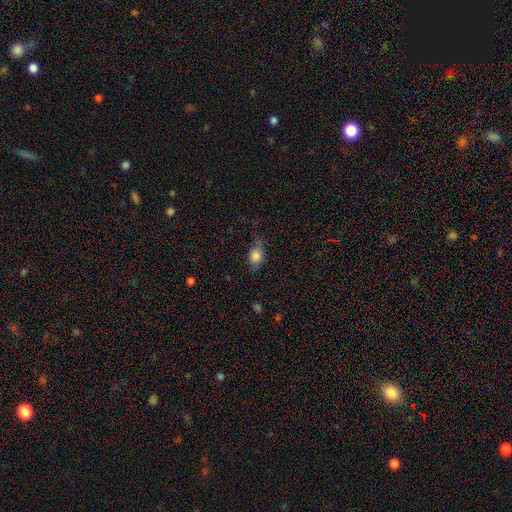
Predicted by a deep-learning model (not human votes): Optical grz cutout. It shows a smooth galaxy with no disk features (81%) that is in between round and cigar-shaped (64%). Merging: none (61%).